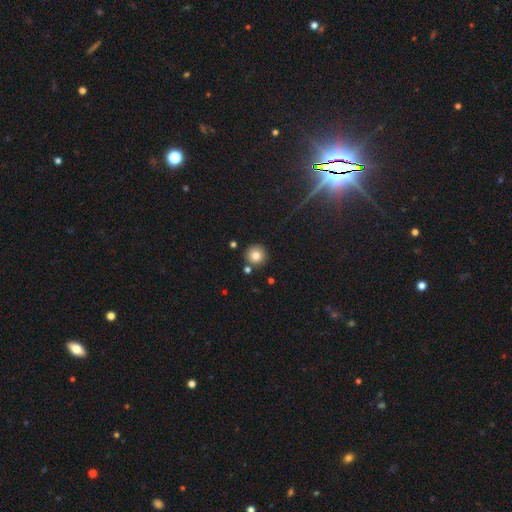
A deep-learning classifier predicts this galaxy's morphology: smooth 79%, star or artifact 12%, featured or disk 9%. Down the decision tree: how rounded — round (95%); merging — none (83%).